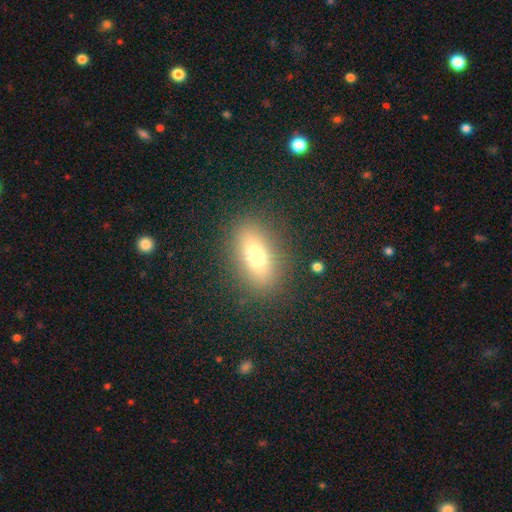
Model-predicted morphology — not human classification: Smooth or featured? smooth (71%)
How rounded? in between (77%)
Merging? none (86%)